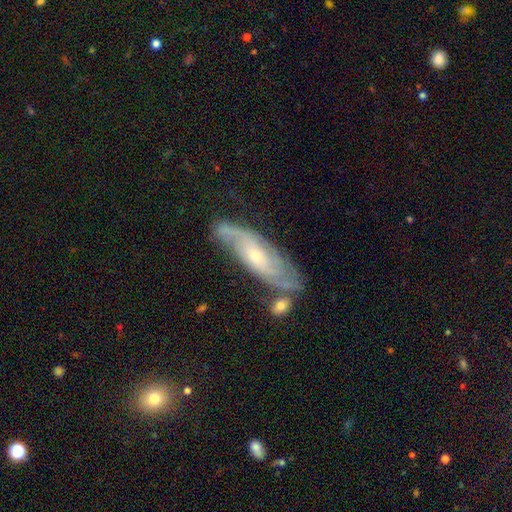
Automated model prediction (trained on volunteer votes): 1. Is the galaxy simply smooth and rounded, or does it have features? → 77% featured or disk, 15% smooth, 7% star or artifact.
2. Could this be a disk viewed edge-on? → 80% no, 20% yes.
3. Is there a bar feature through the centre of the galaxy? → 59% no, 33% weak, 8% strong.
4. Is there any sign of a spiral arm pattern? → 91% yes, 9% no.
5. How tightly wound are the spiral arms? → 42% tight, 39% medium, 19% loose.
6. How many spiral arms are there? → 54% 2, 30% can't tell, 7% 3, 4% 1, 3% 4, 2% more than 4.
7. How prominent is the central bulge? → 56% small, 41% moderate, 2% large, 1% none, 1% dominant.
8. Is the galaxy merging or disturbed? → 63% none, 20% minor disturbance, 11% merger, 7% major disturbance.